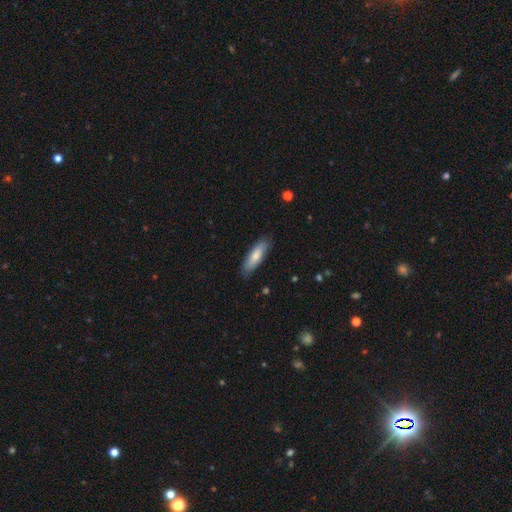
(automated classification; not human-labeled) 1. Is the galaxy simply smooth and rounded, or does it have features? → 76% smooth, 19% featured or disk, 5% star or artifact.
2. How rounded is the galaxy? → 51% cigar-shaped, 48% in between, 2% round.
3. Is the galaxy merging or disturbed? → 82% none, 14% minor disturbance, 3% major disturbance, 1% merger.